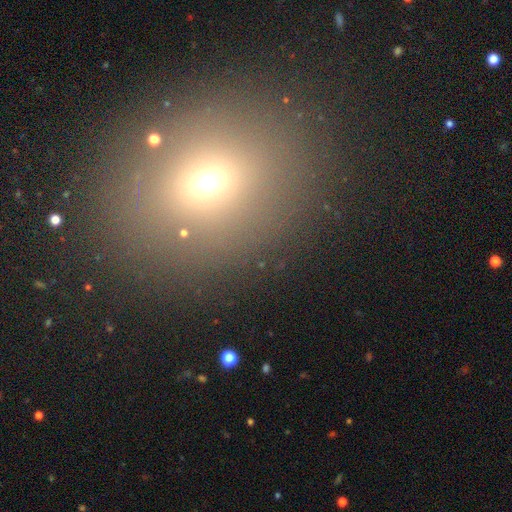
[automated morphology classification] Q: Smooth or featured?
A: smooth (60%); runner-up: star or artifact (28%)
Q: How rounded?
A: round (56%); runner-up: in between (43%)
Q: Merging?
A: none (82%); runner-up: minor disturbance (9%)